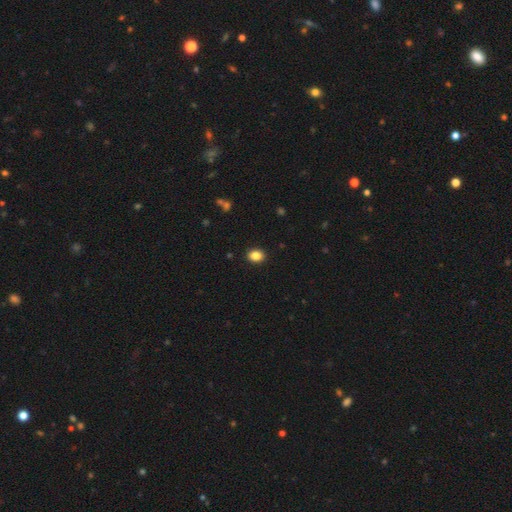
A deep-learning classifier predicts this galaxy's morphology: smooth 86%, star or artifact 10%, featured or disk 4%. Down the decision tree: how rounded — in between (54%); merging — none (91%).